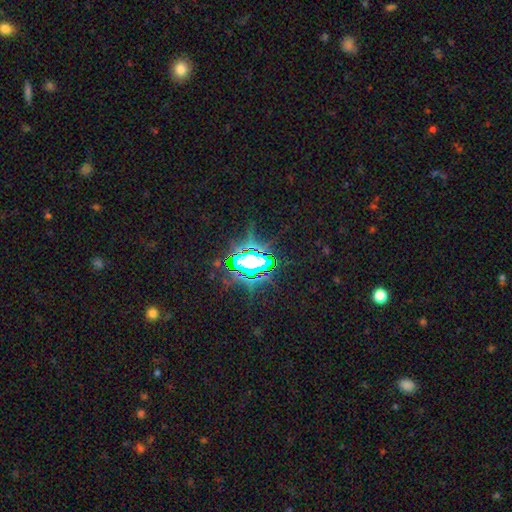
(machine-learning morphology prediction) smooth_or_featured: star or artifact (p=0.73) [alt: smooth p=0.14]